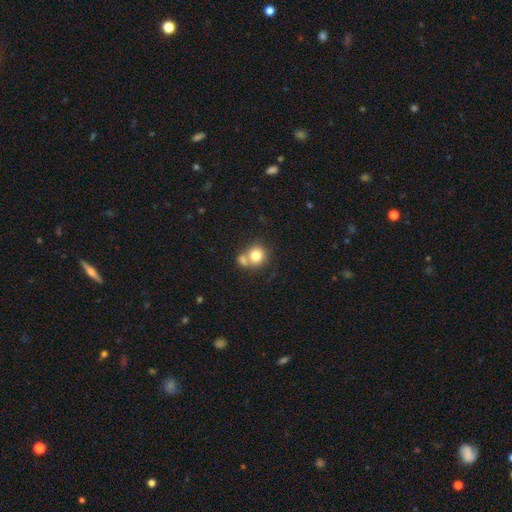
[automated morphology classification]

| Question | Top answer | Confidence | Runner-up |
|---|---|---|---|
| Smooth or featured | smooth | 77% | featured or disk (13%) |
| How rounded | round | 84% | in between (15%) |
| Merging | none | 46% | merger (40%) |